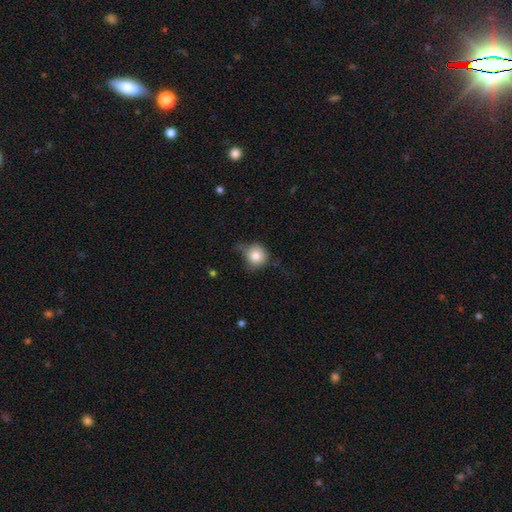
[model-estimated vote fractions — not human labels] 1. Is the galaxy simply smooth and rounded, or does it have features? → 77% smooth, 13% featured or disk, 10% star or artifact.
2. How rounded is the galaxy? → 88% round, 11% in between, 1% cigar-shaped.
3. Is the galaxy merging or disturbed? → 46% none, 34% minor disturbance, 16% major disturbance, 4% merger.